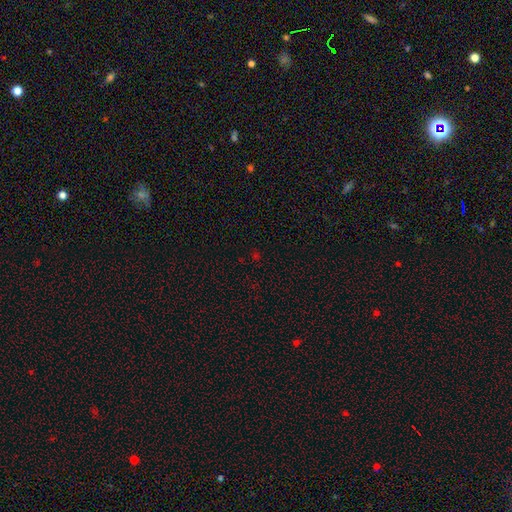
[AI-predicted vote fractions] Smooth or featured? star or artifact (57%)